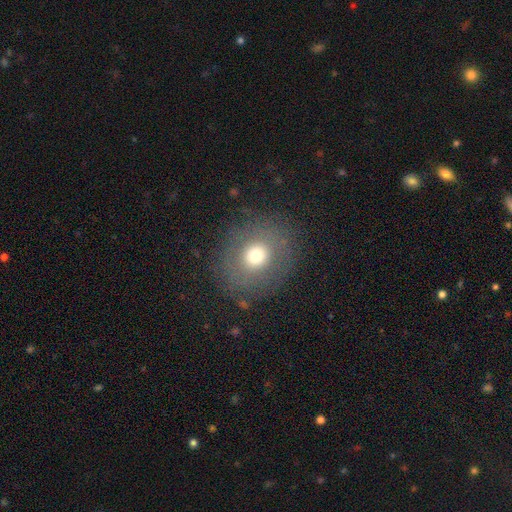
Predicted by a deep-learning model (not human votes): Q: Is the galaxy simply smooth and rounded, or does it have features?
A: smooth — 67%.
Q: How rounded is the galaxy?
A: round — 78%.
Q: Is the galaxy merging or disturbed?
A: none — 83%.